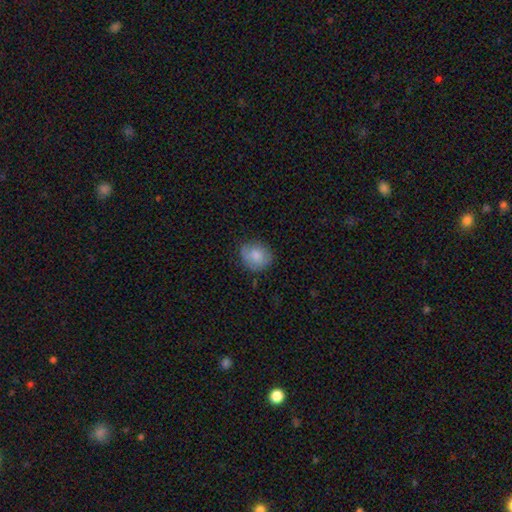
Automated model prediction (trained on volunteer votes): smooth 77%, featured or disk 16%, star or artifact 7%. Down the decision tree: how rounded — round (69%); merging — none (74%).